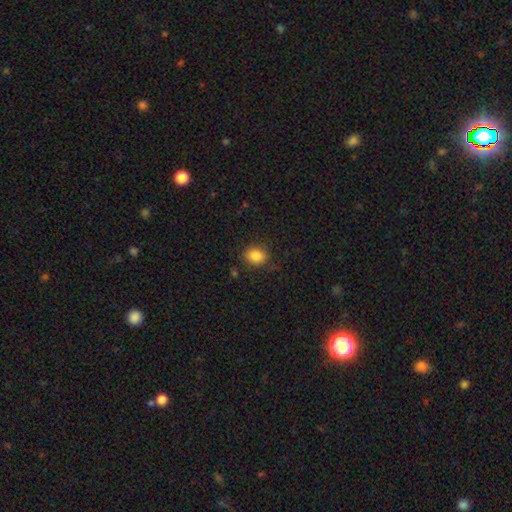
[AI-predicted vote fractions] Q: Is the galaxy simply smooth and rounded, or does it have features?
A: smooth — 86%.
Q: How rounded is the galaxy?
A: in between — 55%.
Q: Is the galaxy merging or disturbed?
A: none — 79%.